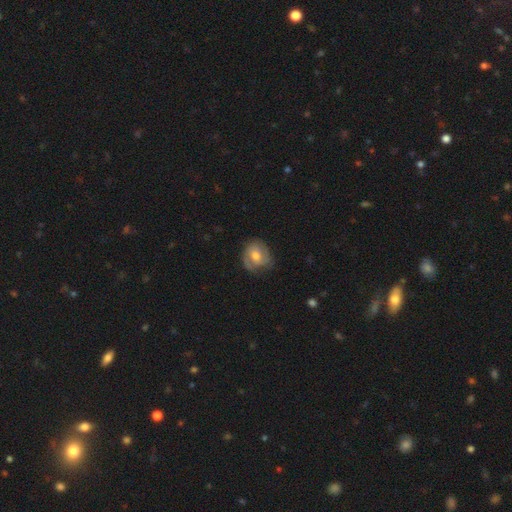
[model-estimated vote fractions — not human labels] The model was most divided on "bar": no: 60%, weak: 33%, strong: 7%. More confident: edge-on disk — no (97%); spiral arms — yes (84%); bulge size — moderate (67%); merging — none (65%); smooth or featured — featured or disk (61%).